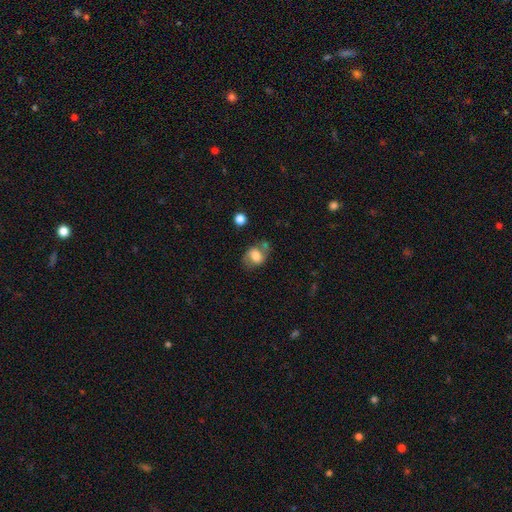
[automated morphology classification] Q: Smooth or featured?
A: smooth (55%); runner-up: featured or disk (36%)
Q: How rounded?
A: in between (60%); runner-up: round (38%)
Q: Merging?
A: none (55%); runner-up: minor disturbance (24%)